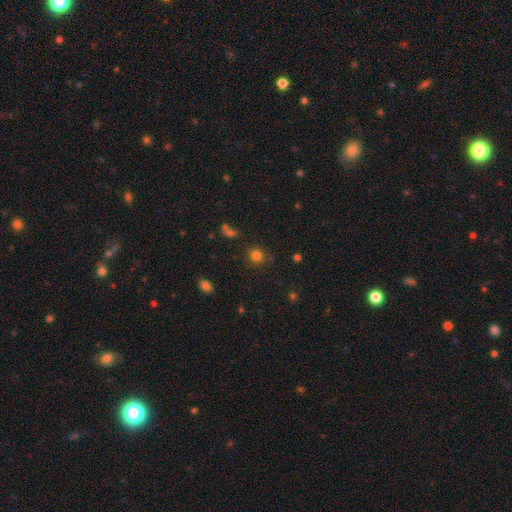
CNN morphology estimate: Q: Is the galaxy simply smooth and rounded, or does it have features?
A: smooth — 80%.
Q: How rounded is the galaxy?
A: round — 89%.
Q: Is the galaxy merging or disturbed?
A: none — 82%.